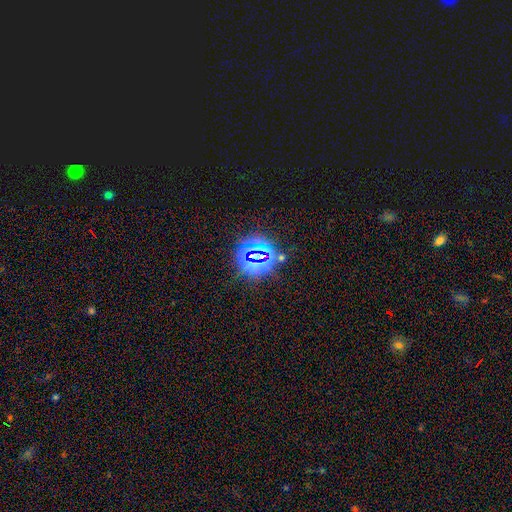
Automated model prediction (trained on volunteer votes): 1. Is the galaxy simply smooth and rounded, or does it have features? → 80% star or artifact, 12% smooth, 8% featured or disk.